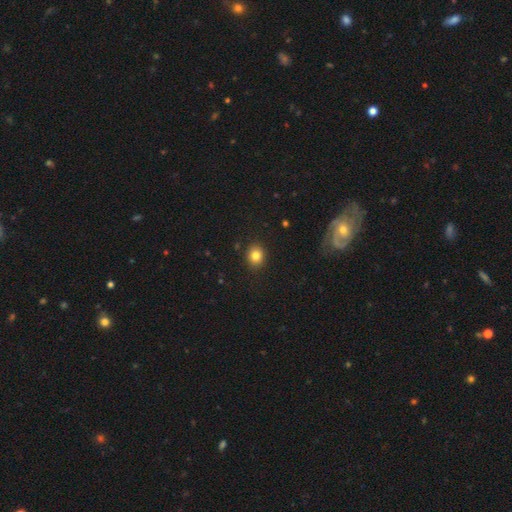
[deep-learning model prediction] This is clearly a smooth galaxy (82%). How rounded: likely round (68%). Merging: clearly none (90%).